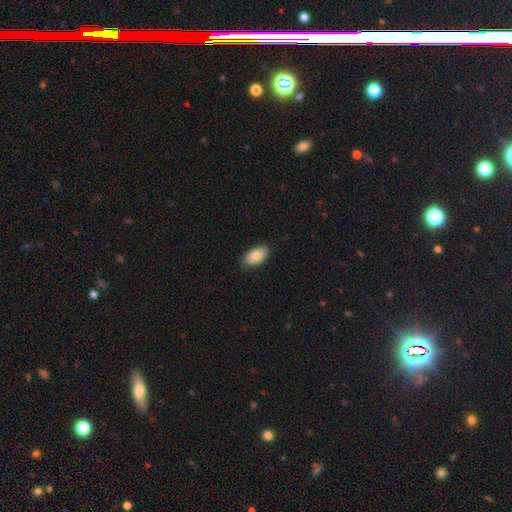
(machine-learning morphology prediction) type=smooth (80%); roundness=in between (94%); merging=none (85%).